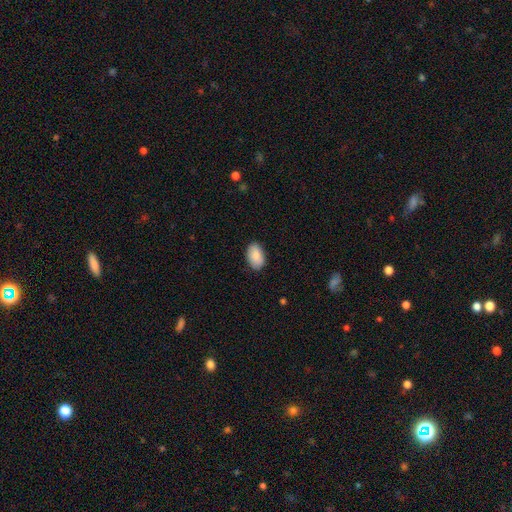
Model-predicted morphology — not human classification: Smooth or featured?
  - smooth: 89% *
  - star or artifact: 6%
  - featured or disk: 5%
How rounded?
  - in between: 93% *
  - round: 6%
  - cigar-shaped: 1%
Merging?
  - none: 88% *
  - minor disturbance: 9%
  - major disturbance: 2%
  - merger: 1%